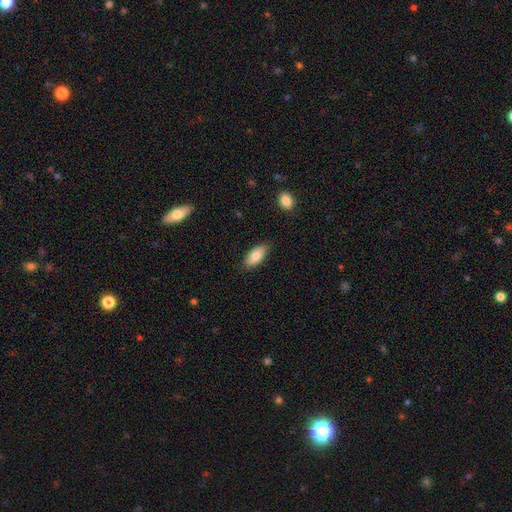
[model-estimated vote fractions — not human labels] Morphology: type=smooth (81%); roundness=in between (87%); merging=none (85%).